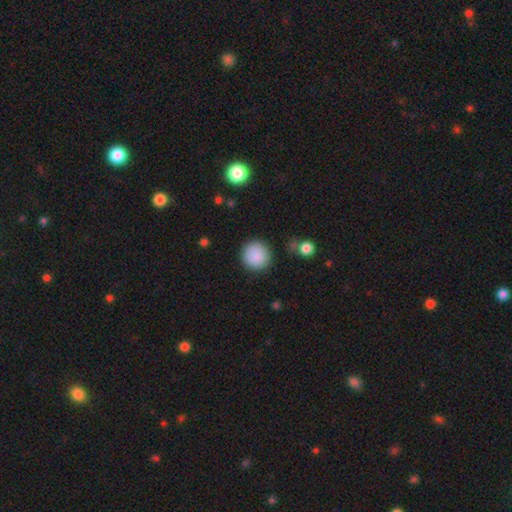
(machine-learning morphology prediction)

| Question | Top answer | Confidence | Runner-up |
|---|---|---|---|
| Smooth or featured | smooth | 88% | star or artifact (8%) |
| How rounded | round | 94% | in between (5%) |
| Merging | none | 88% | minor disturbance (8%) |